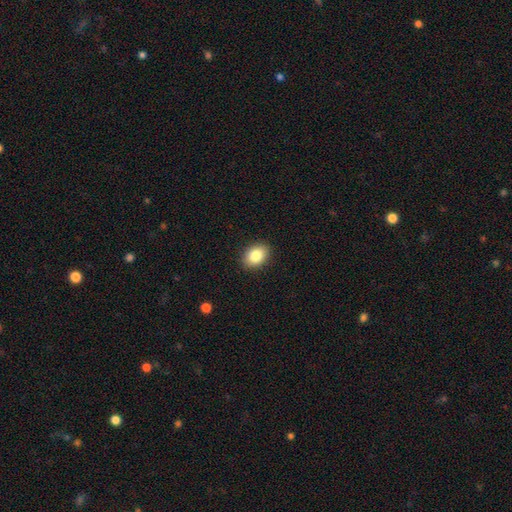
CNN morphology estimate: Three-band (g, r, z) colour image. It shows a smooth galaxy with no disk features (84%) that is in between round and cigar-shaped (74%). Merging: none (90%).